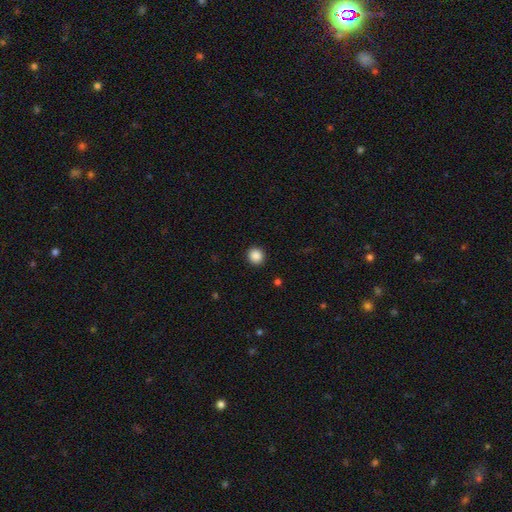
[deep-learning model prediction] Smooth or featured? Predicted: smooth (p=0.88). How rounded? Predicted: round (p=0.91). Merging? Predicted: none (p=0.93).